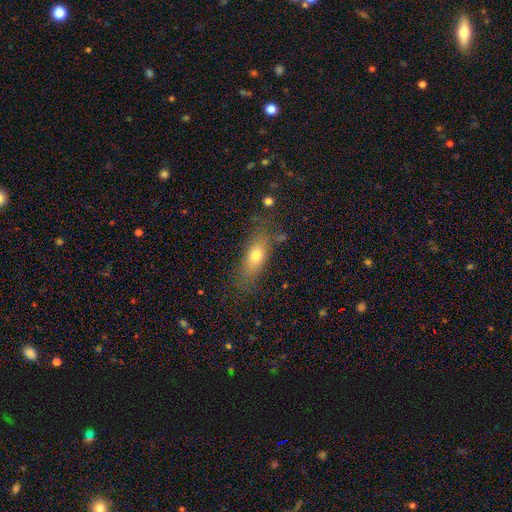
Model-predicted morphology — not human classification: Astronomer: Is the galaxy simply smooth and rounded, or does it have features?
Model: smooth — 70%.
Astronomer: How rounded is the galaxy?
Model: in between — 70%.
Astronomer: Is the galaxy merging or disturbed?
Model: none — 73%.